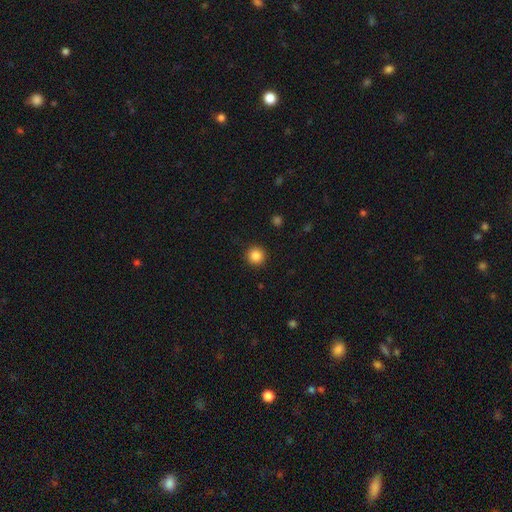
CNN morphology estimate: This is clearly a smooth galaxy (85%). How rounded: clearly round (95%). Merging: clearly none (92%).